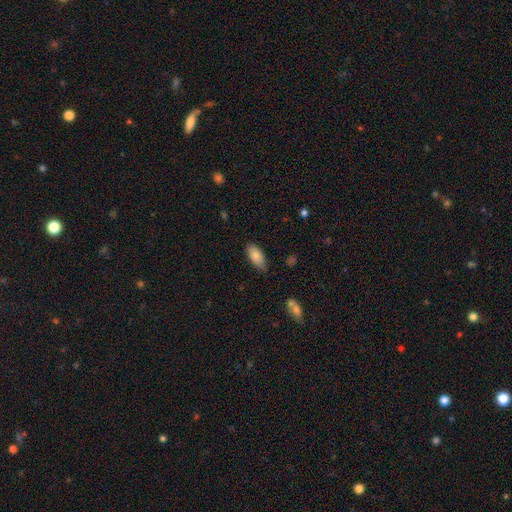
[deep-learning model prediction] Overall: smooth (80%). How rounded: in between (85%). Merging: none (80%).